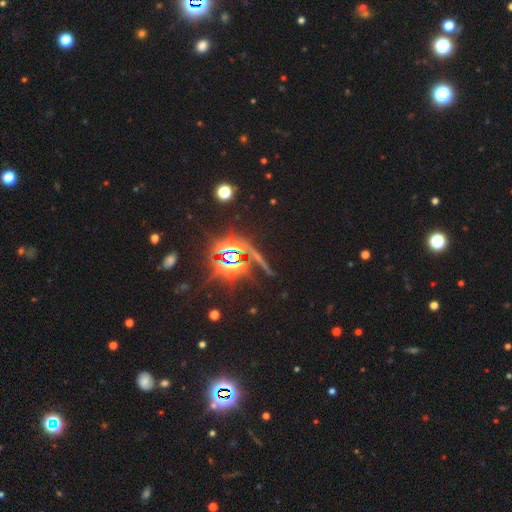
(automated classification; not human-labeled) This appears to be a star or artifact, not a galaxy (80%).